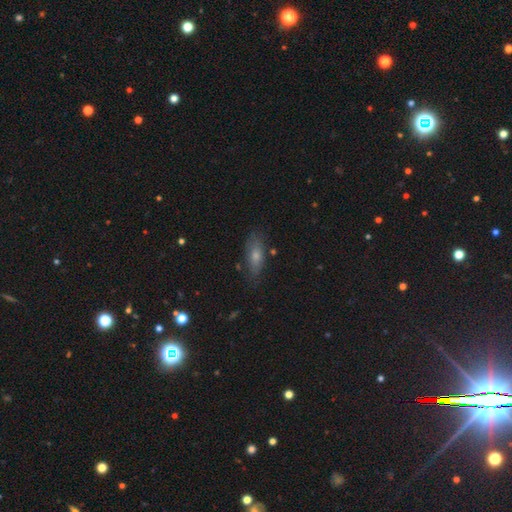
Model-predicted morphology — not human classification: type=smooth (60%); roundness=in between (68%); merging=none (76%).